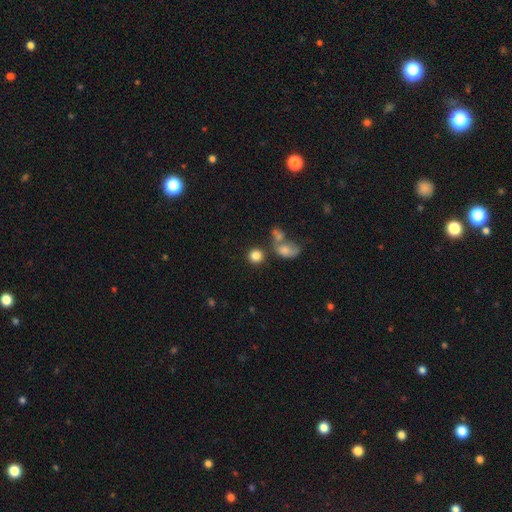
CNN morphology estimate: smooth 82%, star or artifact 11%, featured or disk 7%. Down the decision tree: how rounded — round (86%); merging — none (66%).